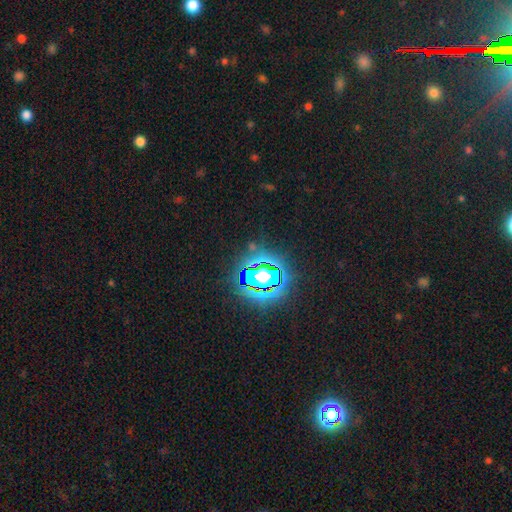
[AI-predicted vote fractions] Morphology: type=star or artifact (80%).